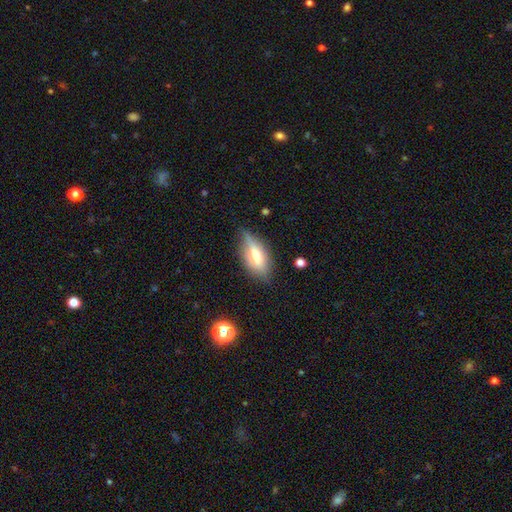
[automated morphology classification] This appears to be a smooth galaxy with no disk features (50%). Merging: none (71%).